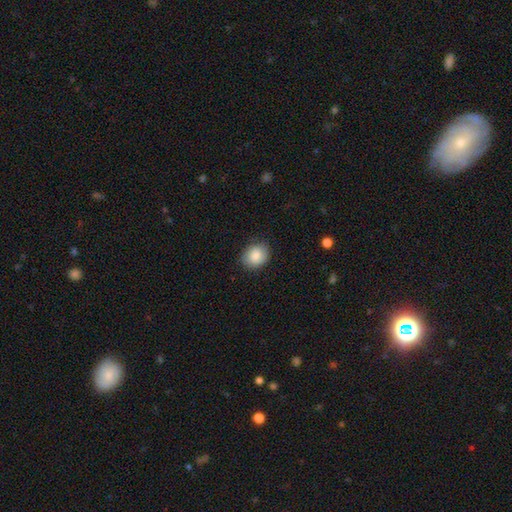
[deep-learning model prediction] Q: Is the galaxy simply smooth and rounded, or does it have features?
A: smooth — 85%.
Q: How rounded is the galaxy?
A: round — 56%.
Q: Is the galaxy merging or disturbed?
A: none — 82%.